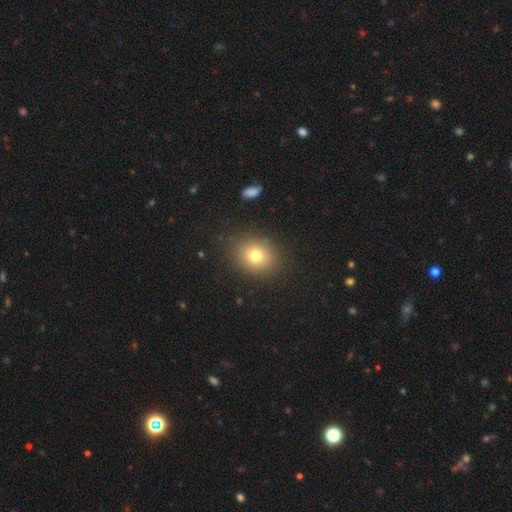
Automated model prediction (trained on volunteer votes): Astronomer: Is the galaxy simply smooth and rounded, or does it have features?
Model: smooth — 76%.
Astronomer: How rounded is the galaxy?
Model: round — 63%.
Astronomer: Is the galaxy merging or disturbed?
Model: none — 87%.